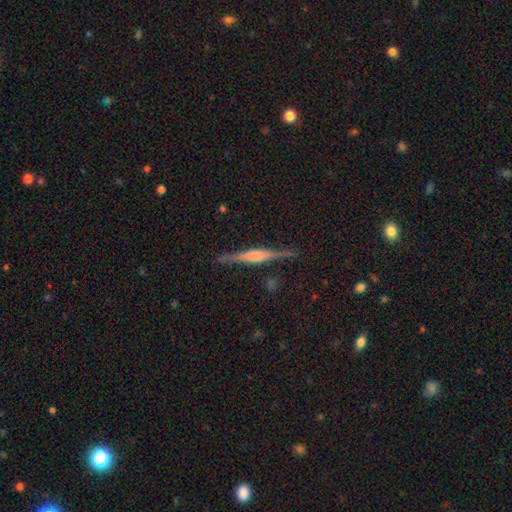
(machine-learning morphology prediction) Q: Smooth or featured?
A: featured or disk (78%); runner-up: smooth (15%)
Q: Edge-on disk?
A: yes (98%); runner-up: no (2%)
Q: Edge-on bulge?
A: rounded (59%); runner-up: boxy (32%)
Q: Merging?
A: none (87%); runner-up: minor disturbance (9%)